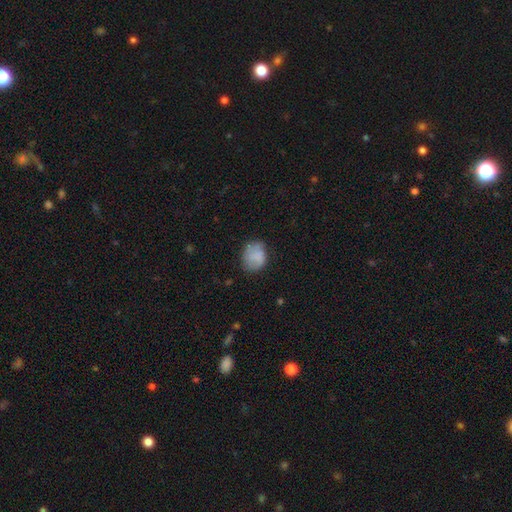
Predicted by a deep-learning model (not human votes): This appears to be a smooth galaxy with no disk features (71%) that is round (64%). Merging: none (63%).